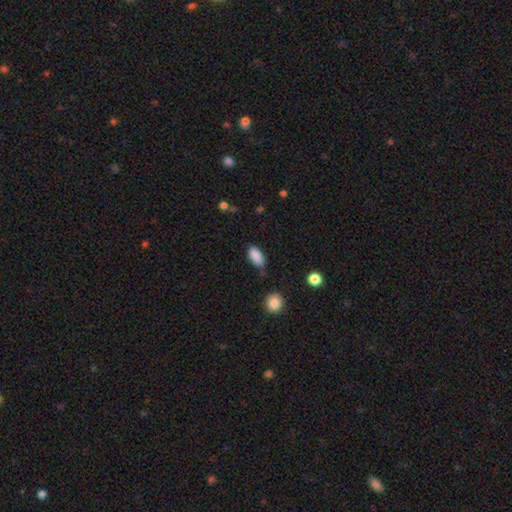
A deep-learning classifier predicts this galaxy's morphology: Smooth or featured?
  - smooth: 87% *
  - star or artifact: 8%
  - featured or disk: 4%
How rounded?
  - in between: 92% *
  - round: 4%
  - cigar-shaped: 4%
Merging?
  - none: 64% *
  - minor disturbance: 27%
  - major disturbance: 5%
  - merger: 4%